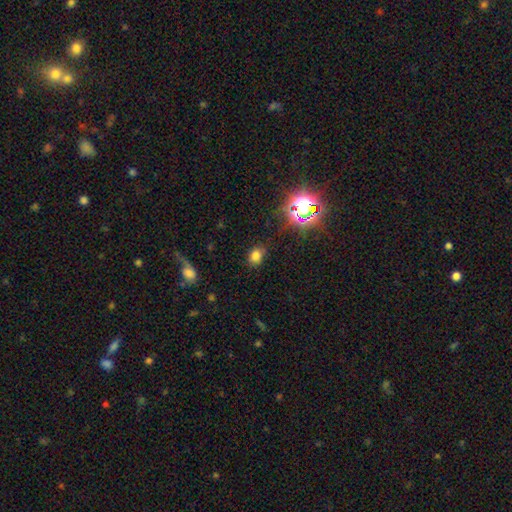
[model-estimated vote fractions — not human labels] smooth 72%, star or artifact 21%, featured or disk 7%. Down the decision tree: how rounded — in between (60%); merging — none (79%).